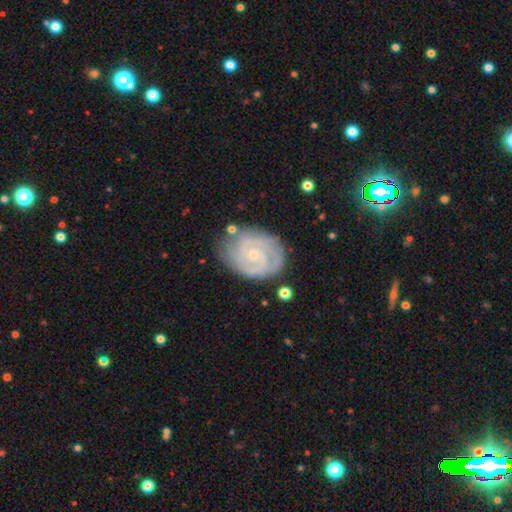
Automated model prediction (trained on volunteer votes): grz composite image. It shows a featured or disk galaxy (81%) with no bar (61%), 2 (45%) tight (71%) spiral arms (96%) and a small central bulge (73%). Merging: none (75%).